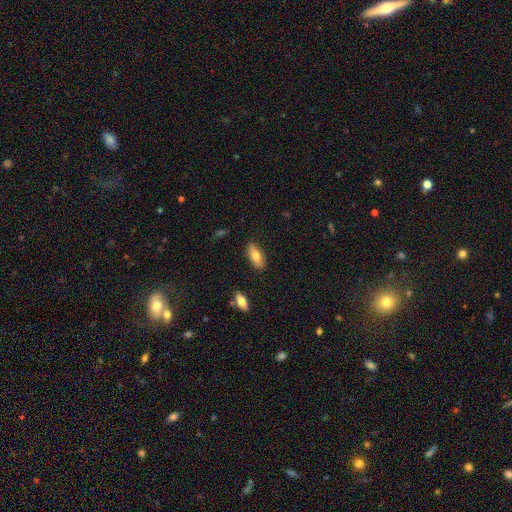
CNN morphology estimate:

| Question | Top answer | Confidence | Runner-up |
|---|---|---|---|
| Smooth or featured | smooth | 78% | featured or disk (16%) |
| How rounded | in between | 86% | cigar-shaped (11%) |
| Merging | none | 84% | minor disturbance (12%) |